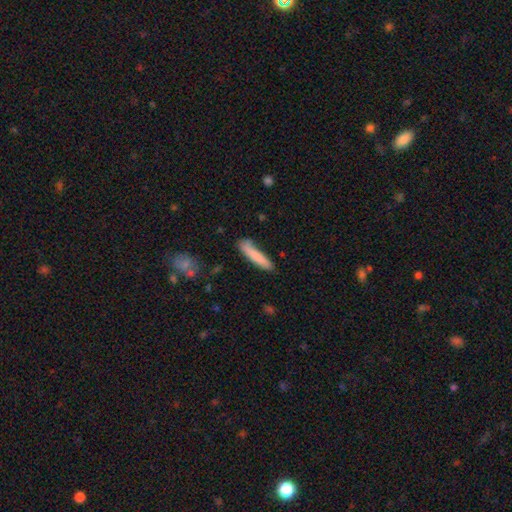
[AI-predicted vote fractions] This appears to be a smooth galaxy with no disk features (81%) that is cigar-shaped (87%). Merging: none (73%).